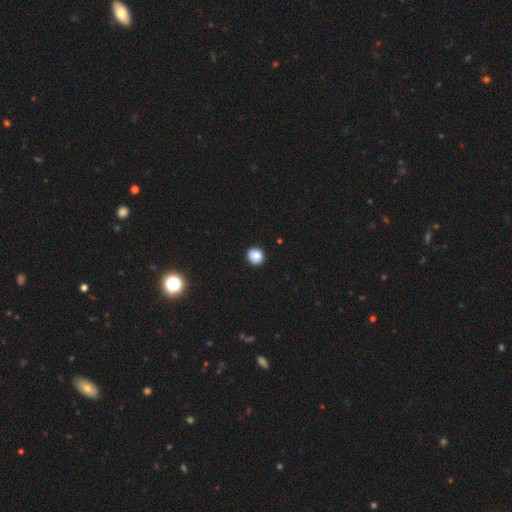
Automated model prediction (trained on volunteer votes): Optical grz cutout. It shows a smooth galaxy with no disk features (85%) that is round (87%). Merging: none (90%).